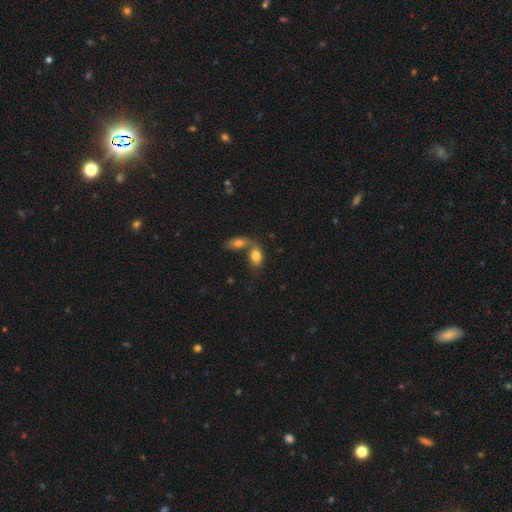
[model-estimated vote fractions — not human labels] Smooth or featured? smooth (79%)
How rounded? in between (86%)
Merging? merger (63%)